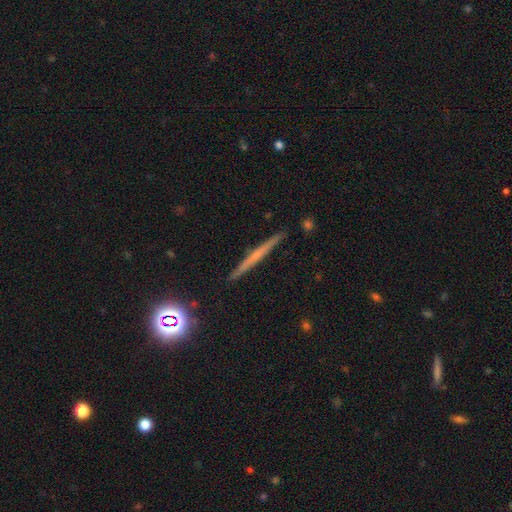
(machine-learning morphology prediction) This appears to be a featured or disk galaxy (59%) viewed edge-on (97%) with no central bulge (60%). Merging: none (92%).